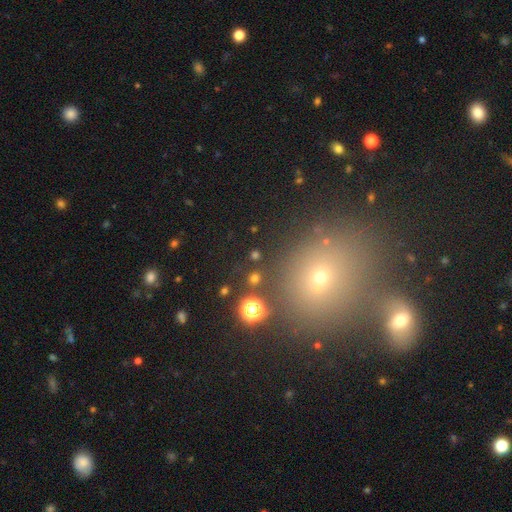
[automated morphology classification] Overall: smooth (46%; star or artifact 44%). Merging: none (77%).